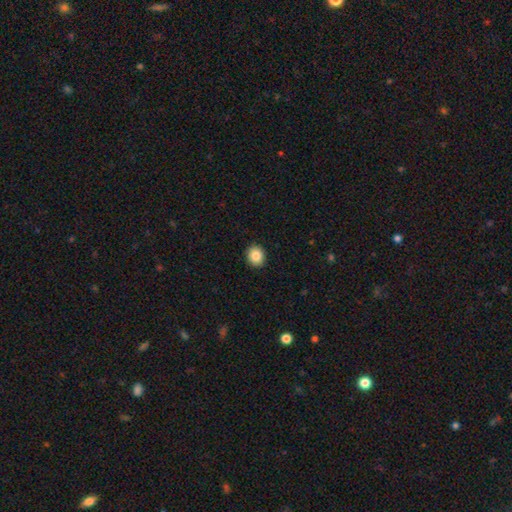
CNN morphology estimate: smooth_or_featured: smooth (p=0.86) [alt: star or artifact p=0.09]
how_rounded: round (p=0.75) [alt: in between p=0.24]
merging: none (p=0.92) [alt: minor disturbance p=0.06]